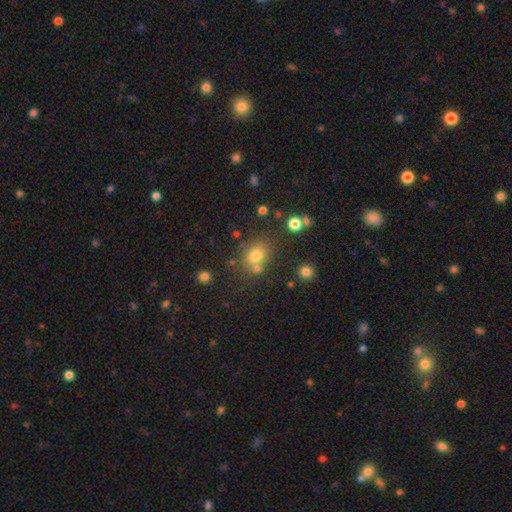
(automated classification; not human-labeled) Smooth or featured: smooth — 73% (star or artifact — 16%)
How rounded: round — 64% (in between — 35%)
Merging: none — 65% (merger — 18%)